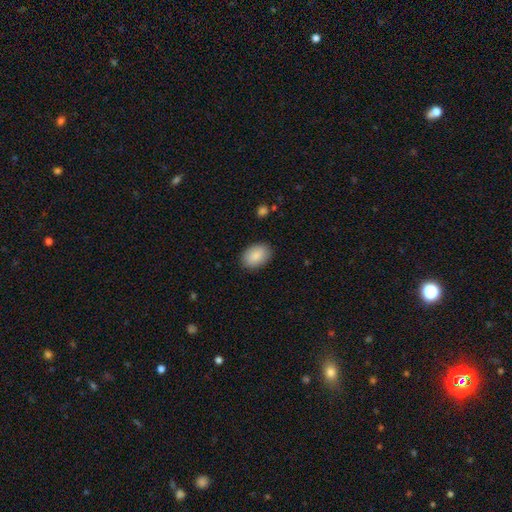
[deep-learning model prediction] This appears to be a smooth galaxy with no disk features (89%) that is in between round and cigar-shaped (88%). Merging: none (87%).